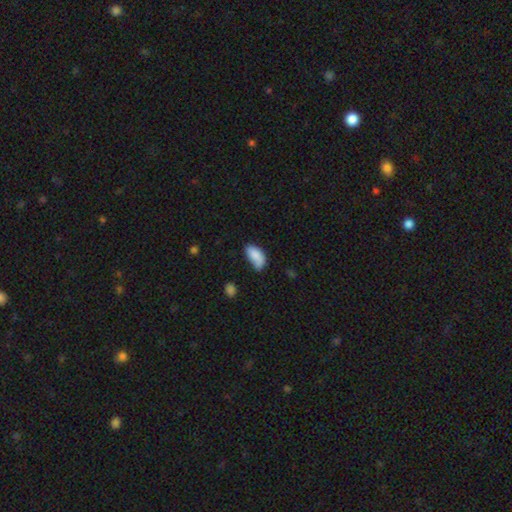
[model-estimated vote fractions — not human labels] Smooth or featured? Predicted: smooth (p=0.83). How rounded? Predicted: in between (p=0.93). Merging? Predicted: none (p=0.46).